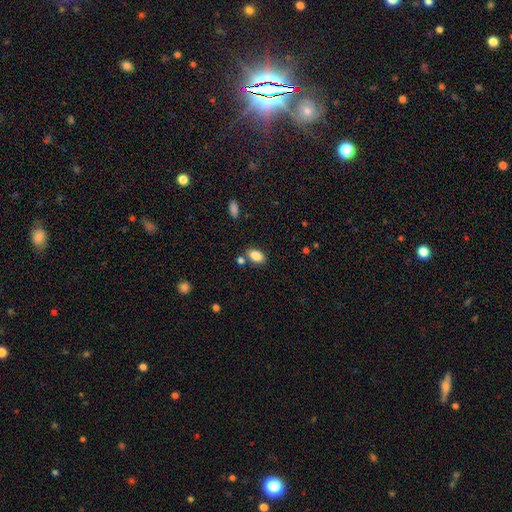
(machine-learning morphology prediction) Q: Smooth or featured?
A: smooth (86%); runner-up: star or artifact (8%)
Q: How rounded?
A: in between (89%); runner-up: round (9%)
Q: Merging?
A: none (73%); runner-up: minor disturbance (12%)